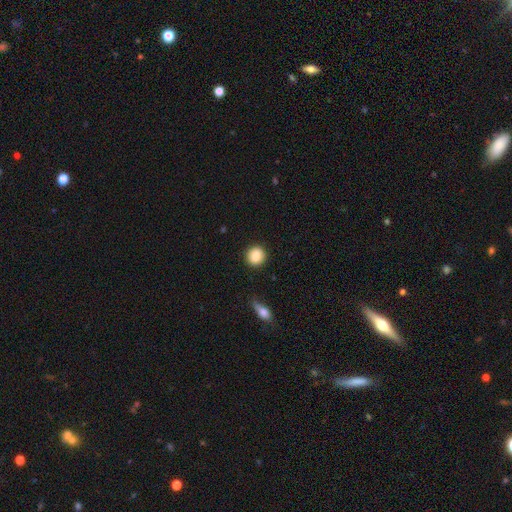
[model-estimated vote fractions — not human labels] Smooth or featured: smooth — 87% (star or artifact — 8%)
How rounded: round — 87% (in between — 12%)
Merging: none — 89% (minor disturbance — 7%)